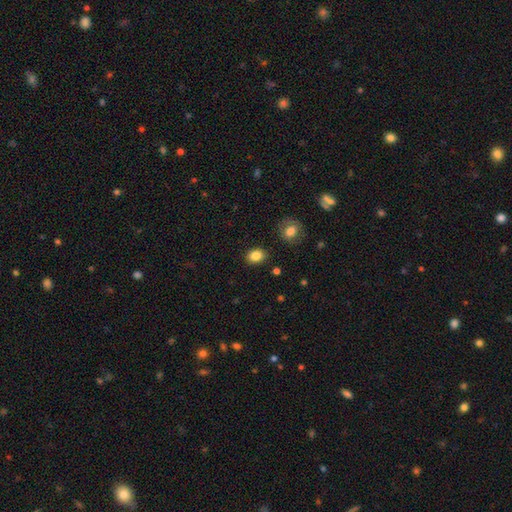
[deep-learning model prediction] The model was most divided on "how rounded": in between: 57%, round: 42%, cigar-shaped: 1%. More confident: merging — none (87%); smooth or featured — smooth (84%).